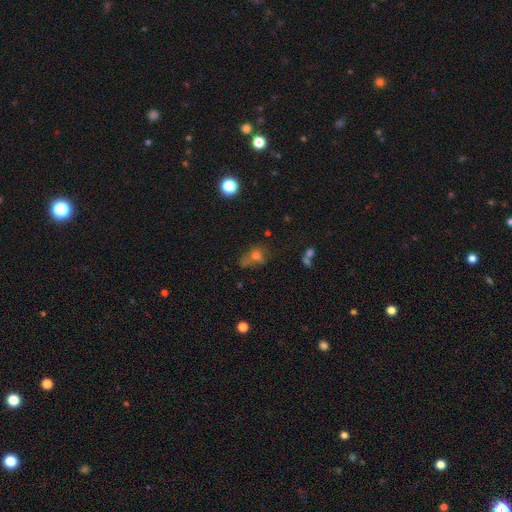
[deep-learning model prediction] smooth 61%, star or artifact 20%, featured or disk 18%. Down the decision tree: how rounded — in between (55%); merging — none (36%).